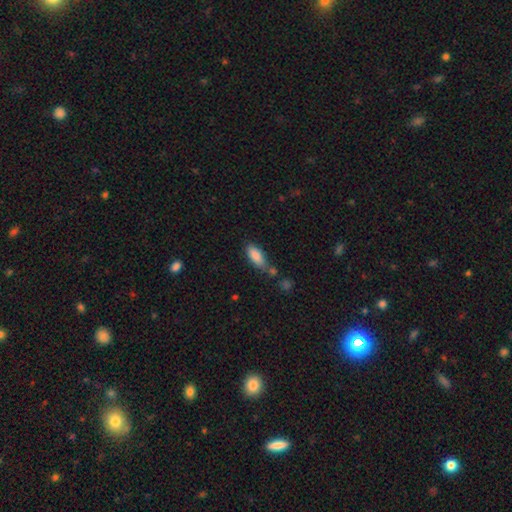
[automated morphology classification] Q: Smooth or featured?
A: smooth (85%); runner-up: featured or disk (8%)
Q: How rounded?
A: in between (80%); runner-up: cigar-shaped (18%)
Q: Merging?
A: none (54%); runner-up: minor disturbance (22%)